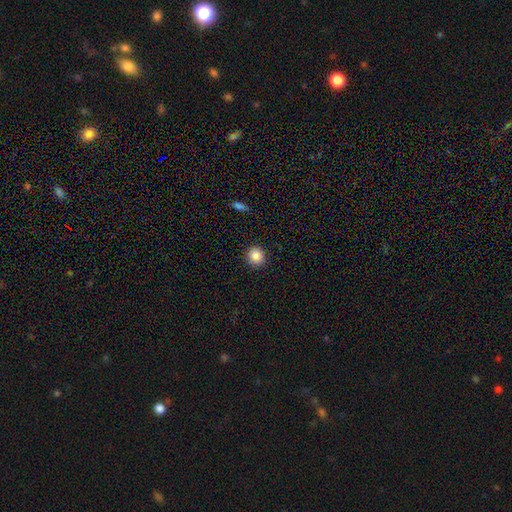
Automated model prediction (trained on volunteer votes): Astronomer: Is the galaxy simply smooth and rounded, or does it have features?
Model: smooth — 84%.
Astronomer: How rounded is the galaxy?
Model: round — 92%.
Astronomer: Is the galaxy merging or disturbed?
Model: none — 92%.